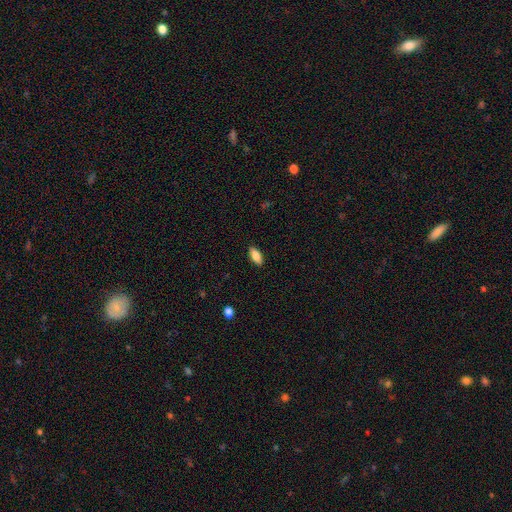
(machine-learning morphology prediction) This is clearly a smooth galaxy (85%). How rounded: clearly in between (86%). Merging: clearly none (89%).